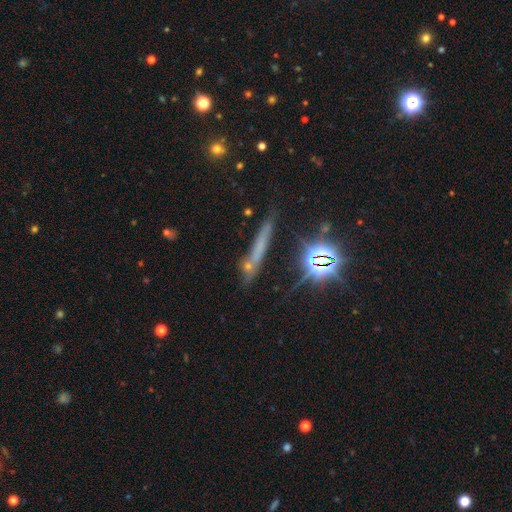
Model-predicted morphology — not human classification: smooth_or_featured: smooth (p=0.39) [alt: star or artifact p=0.32]
merging: none (p=0.69) [alt: minor disturbance p=0.17]